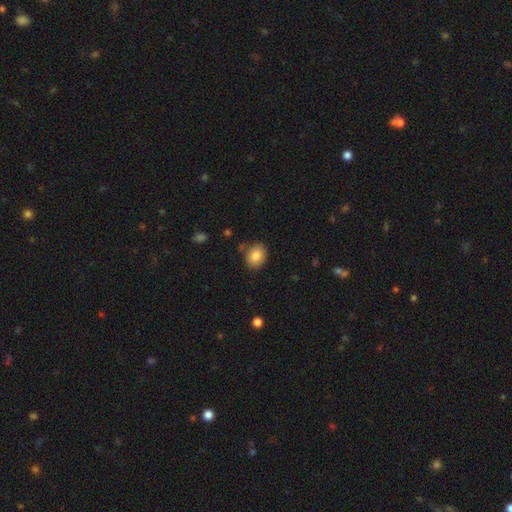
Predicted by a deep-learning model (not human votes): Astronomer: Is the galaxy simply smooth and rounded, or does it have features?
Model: smooth — 84%.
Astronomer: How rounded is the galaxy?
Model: in between — 52% (runner-up: round, 47%).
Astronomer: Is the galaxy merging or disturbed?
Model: none — 83%.